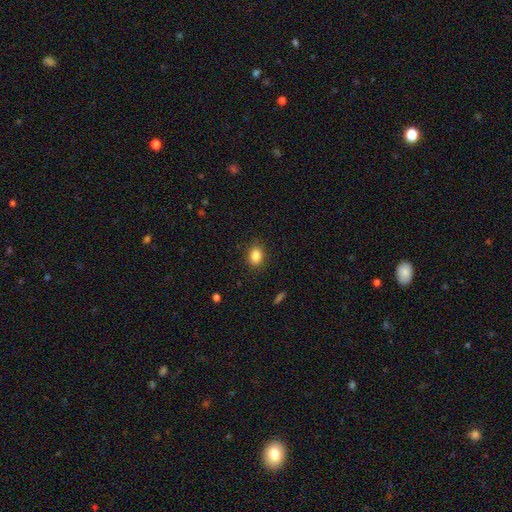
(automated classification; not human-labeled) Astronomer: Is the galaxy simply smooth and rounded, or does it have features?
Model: smooth — 86%.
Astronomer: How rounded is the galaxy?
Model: in between — 69%.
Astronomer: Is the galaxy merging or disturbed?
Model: none — 87%.